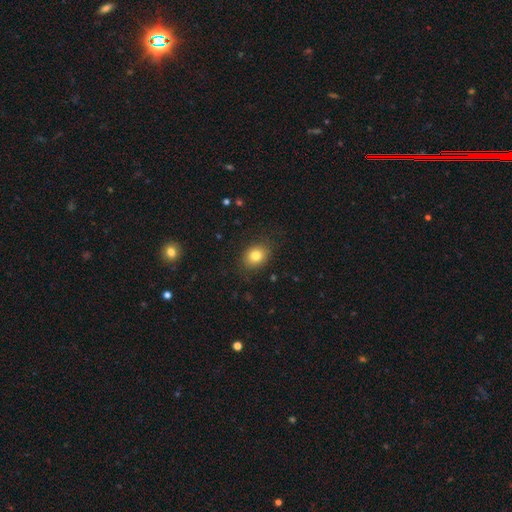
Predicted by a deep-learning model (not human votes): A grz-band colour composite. It shows a smooth galaxy with no disk features (81%) that is in between round and cigar-shaped (52%). Merging: none (84%).